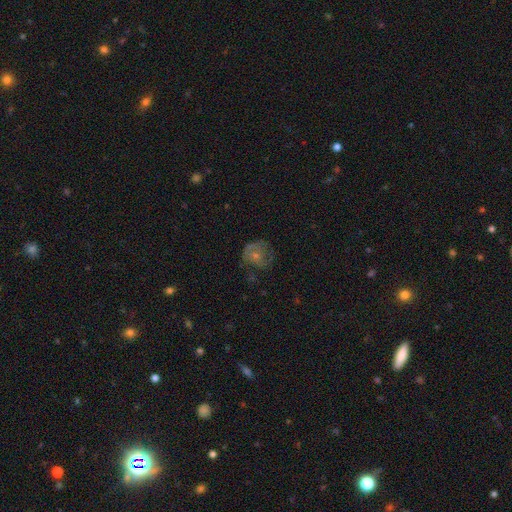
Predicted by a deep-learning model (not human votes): A featured or disk galaxy (47%). Merging: none (62%).